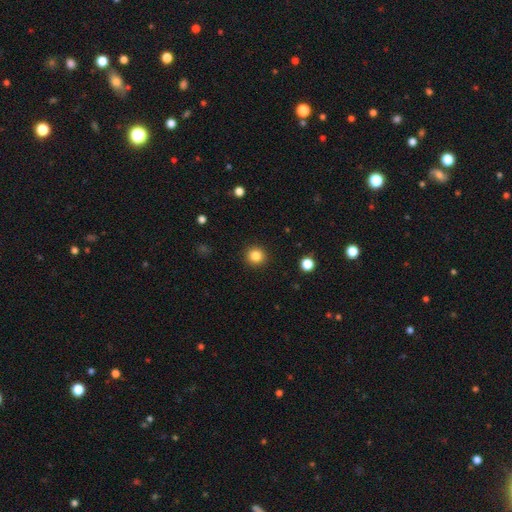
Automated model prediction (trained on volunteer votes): Smooth or featured? smooth (84%)
How rounded? round (93%)
Merging? none (92%)